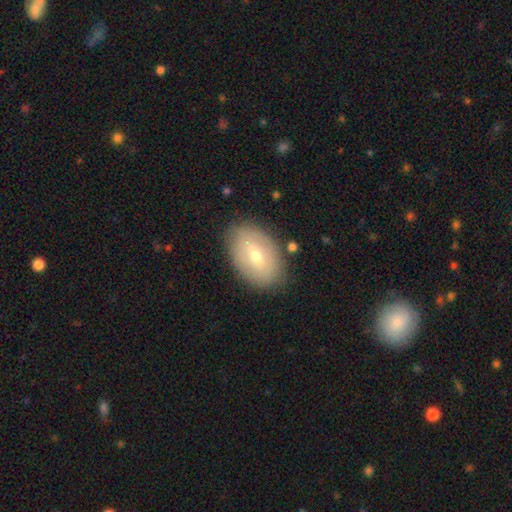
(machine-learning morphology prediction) Smooth or featured: smooth — 51% (featured or disk — 42%)
How rounded: in between — 88% (round — 10%)
Merging: none — 83% (minor disturbance — 12%)